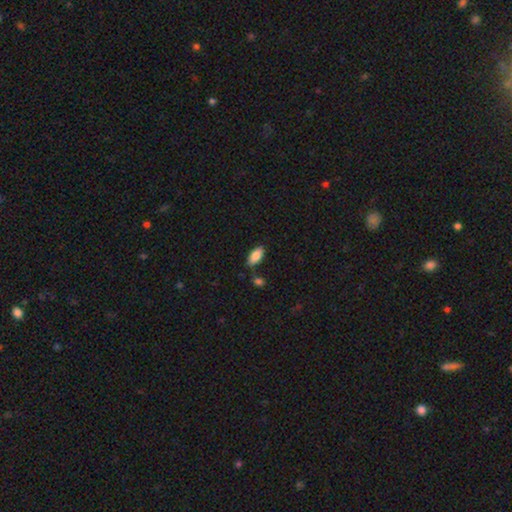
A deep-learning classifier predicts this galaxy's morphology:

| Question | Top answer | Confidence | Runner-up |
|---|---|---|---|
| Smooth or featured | smooth | 84% | featured or disk (9%) |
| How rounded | in between | 88% | cigar-shaped (10%) |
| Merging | none | 76% | minor disturbance (14%) |